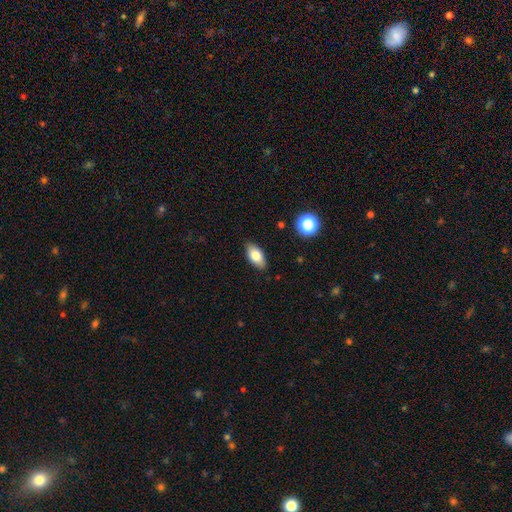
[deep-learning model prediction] Morphology: type=smooth (79%); roundness=in between (90%); merging=none (86%).